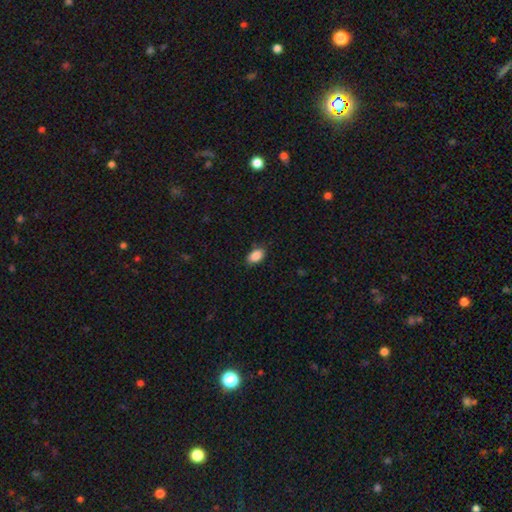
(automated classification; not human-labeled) The model was most divided on "merging": none: 83%, minor disturbance: 13%, major disturbance: 3%, merger: 1%. More confident: how rounded — in between (89%); smooth or featured — smooth (88%).